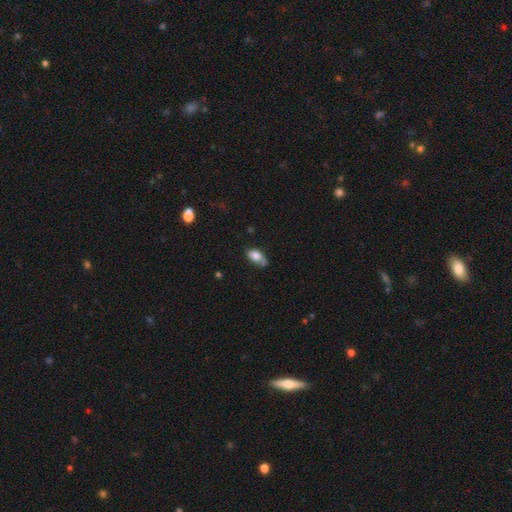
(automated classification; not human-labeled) Q: Smooth or featured?
A: smooth (75%); runner-up: featured or disk (18%)
Q: How rounded?
A: in between (91%); runner-up: round (6%)
Q: Merging?
A: none (46%); runner-up: minor disturbance (36%)